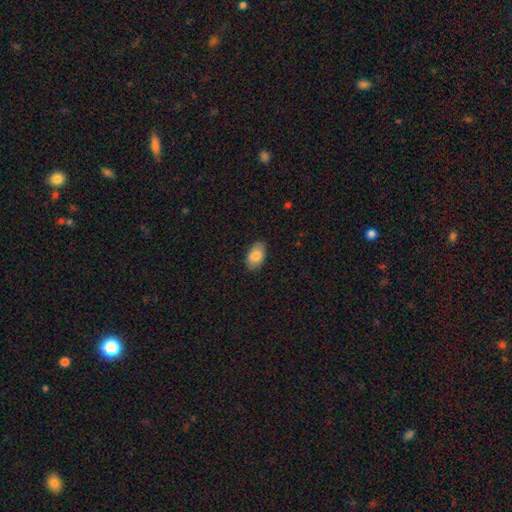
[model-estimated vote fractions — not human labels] This appears to be a smooth galaxy with no disk features (83%) that is in between round and cigar-shaped (93%). Merging: none (85%).